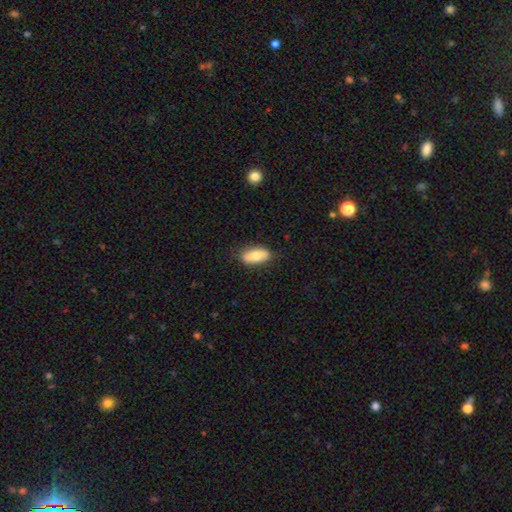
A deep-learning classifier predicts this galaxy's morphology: Smooth or featured?
  - smooth: 74% *
  - featured or disk: 20%
  - star or artifact: 6%
How rounded?
  - in between: 84% *
  - cigar-shaped: 13%
  - round: 3%
Merging?
  - none: 82% *
  - minor disturbance: 14%
  - major disturbance: 3%
  - merger: 1%